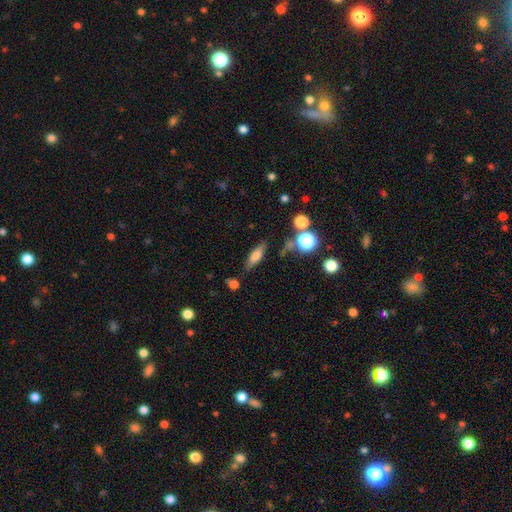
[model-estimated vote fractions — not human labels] A smooth galaxy with no disk features (67%) that is in between round and cigar-shaped (48%). Merging: none (76%).